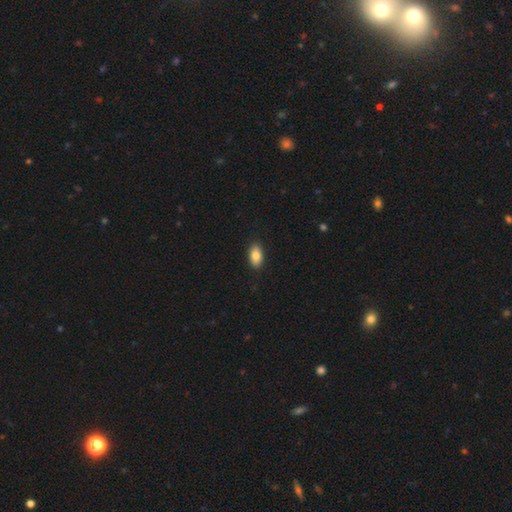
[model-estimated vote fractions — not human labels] A smooth galaxy with no disk features (85%) that is in between round and cigar-shaped (92%).

Vote fractions:
- Smooth or featured? smooth: 85% / featured or disk: 8% / star or artifact: 7%
- How rounded? in between: 92% / round: 5% / cigar-shaped: 3%
- Merging? none: 90% / minor disturbance: 8% / major disturbance: 2% / merger: 1%